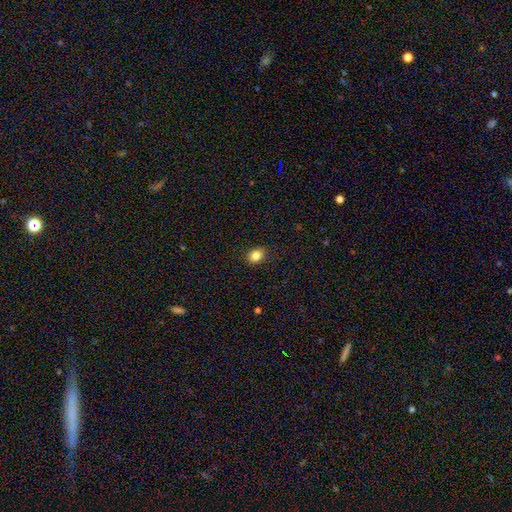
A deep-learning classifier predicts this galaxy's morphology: smooth_or_featured: smooth (p=0.84) [alt: star or artifact p=0.10]
how_rounded: in between (p=0.59) [alt: round p=0.40]
merging: none (p=0.87) [alt: minor disturbance p=0.10]